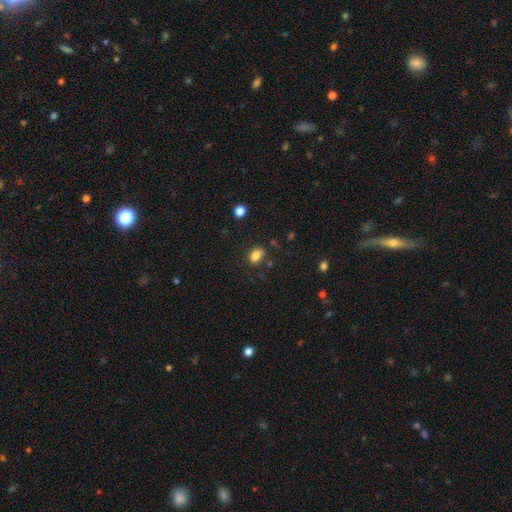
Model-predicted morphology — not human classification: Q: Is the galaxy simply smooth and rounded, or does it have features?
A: smooth — 83%.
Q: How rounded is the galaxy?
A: in between — 81%.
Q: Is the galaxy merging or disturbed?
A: none — 77%.